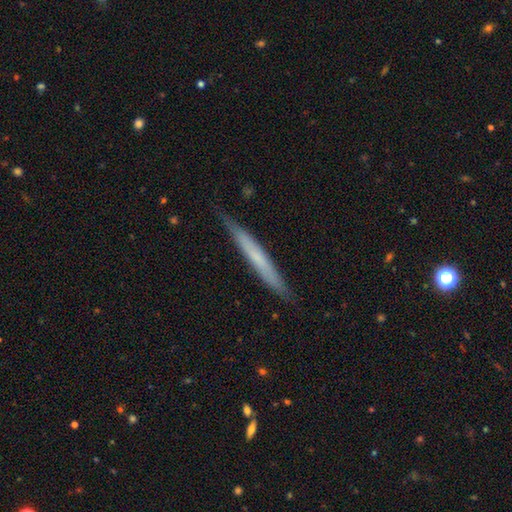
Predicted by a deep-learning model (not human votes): smooth_or_featured: smooth (p=0.52) [alt: featured or disk p=0.42]
how_rounded: cigar-shaped (p=0.96) [alt: in between p=0.02]
merging: none (p=0.85) [alt: minor disturbance p=0.12]